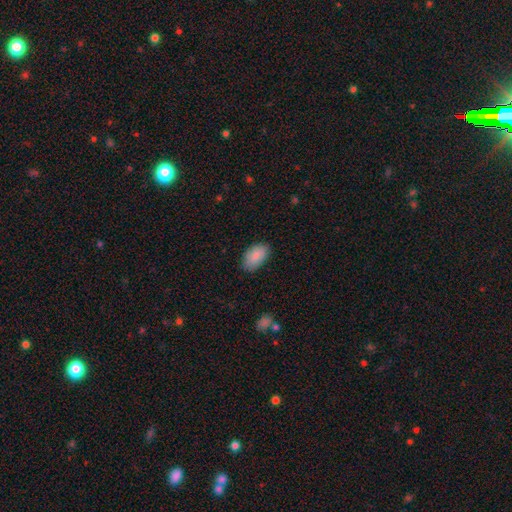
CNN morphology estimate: Overall: smooth (88%). How rounded: in between (94%). Merging: none (80%).